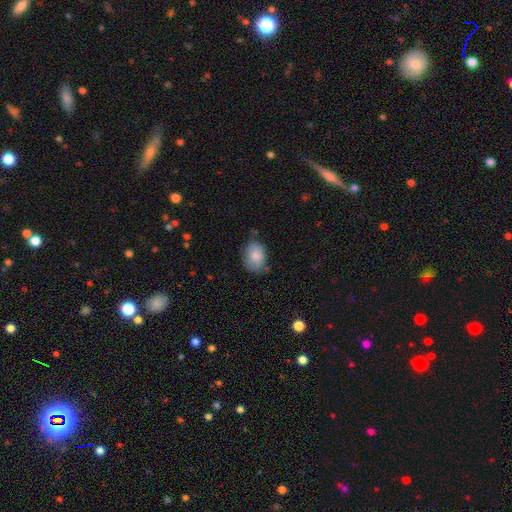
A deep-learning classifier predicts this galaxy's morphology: Overall: smooth (84%). How rounded: in between (76%). Merging: none (61%; minor disturbance 30%).